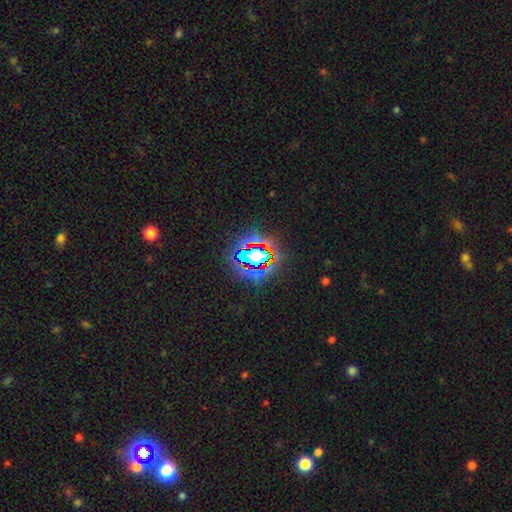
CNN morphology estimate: smooth-or-featured: star or artifact: 65% | smooth: 20% | featured or disk: 14%